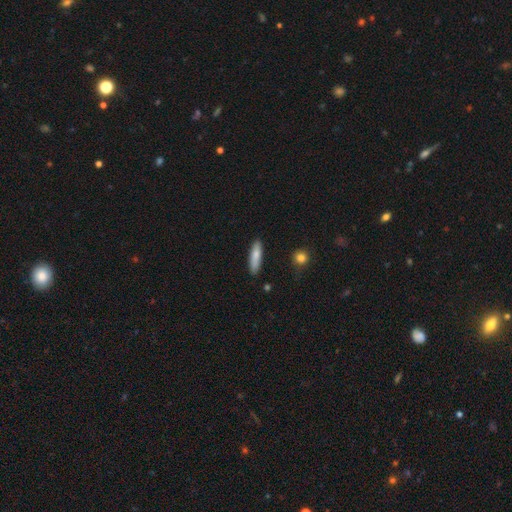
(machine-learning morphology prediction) Overall: smooth (79%). How rounded: cigar-shaped (70%). Merging: none (87%).